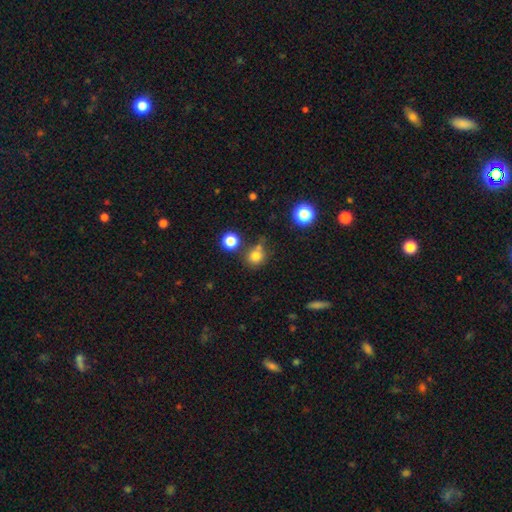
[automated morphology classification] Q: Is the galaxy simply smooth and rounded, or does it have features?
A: smooth — 79%.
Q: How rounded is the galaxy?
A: round — 86%.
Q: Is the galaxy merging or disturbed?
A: none — 64%.